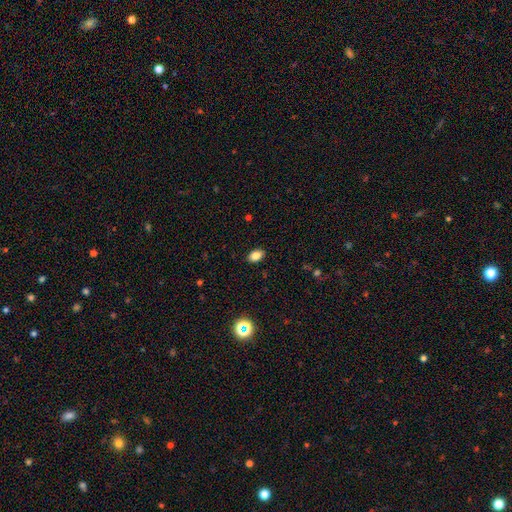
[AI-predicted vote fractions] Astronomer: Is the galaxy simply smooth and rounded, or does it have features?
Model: smooth — 85%.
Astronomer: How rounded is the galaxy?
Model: in between — 88%.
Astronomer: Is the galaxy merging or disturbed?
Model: none — 89%.